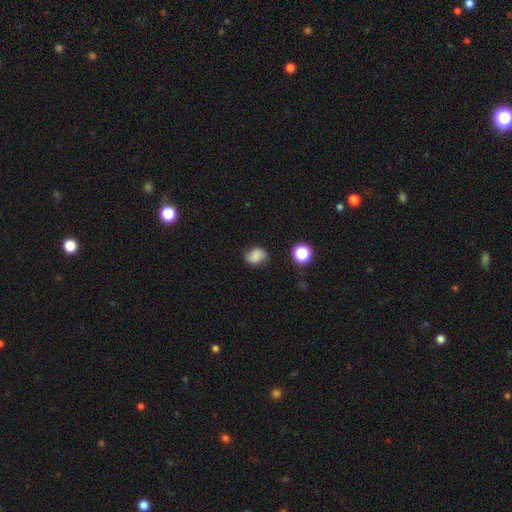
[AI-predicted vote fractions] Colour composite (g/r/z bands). It shows a smooth galaxy with no disk features (72%) that is in between round and cigar-shaped (56%). Merging: none (72%).